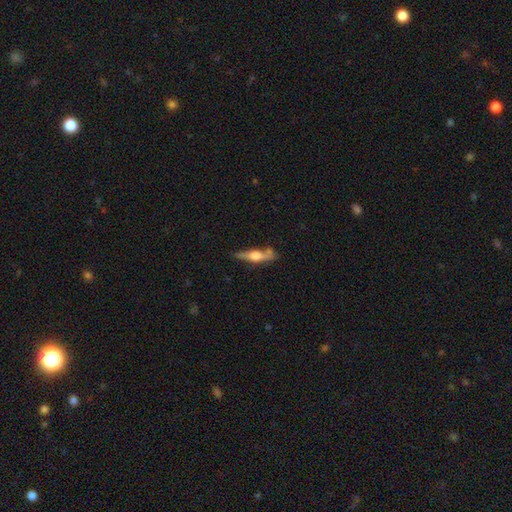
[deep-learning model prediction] Smooth or featured? featured or disk (56%)
Edge-on disk? yes (92%)
Edge-on bulge? rounded (85%)
Merging? none (67%)